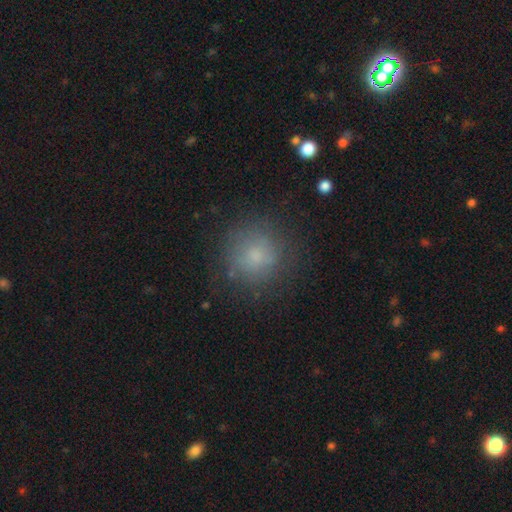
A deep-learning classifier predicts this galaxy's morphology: A smooth galaxy with no disk features (73%) that is round (92%).

Vote fractions:
- Smooth or featured? smooth: 73% / featured or disk: 15% / star or artifact: 12%
- How rounded? round: 92% / in between: 7% / cigar-shaped: 1%
- Merging? none: 77% / minor disturbance: 15% / major disturbance: 7% / merger: 2%